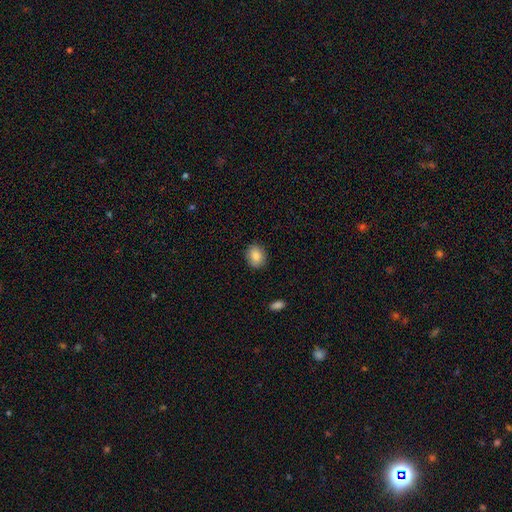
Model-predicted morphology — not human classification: A smooth galaxy with no disk features (84%) that is round (58%).

Vote fractions:
- Smooth or featured? smooth: 84% / star or artifact: 8% / featured or disk: 8%
- How rounded? round: 58% / in between: 41% / cigar-shaped: 1%
- Merging? none: 89% / minor disturbance: 8% / major disturbance: 2% / merger: 1%